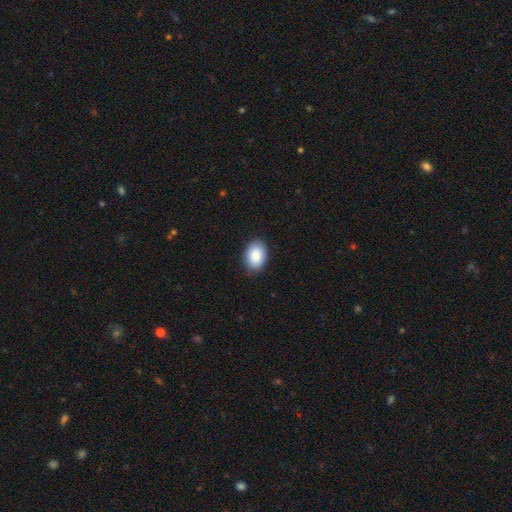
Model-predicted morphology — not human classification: Overall: smooth (88%). How rounded: in between (81%). Merging: none (86%).